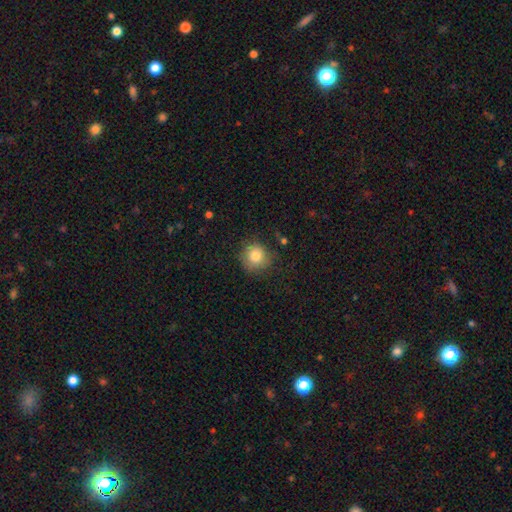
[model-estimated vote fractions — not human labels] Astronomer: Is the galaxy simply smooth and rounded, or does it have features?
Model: smooth — 82%.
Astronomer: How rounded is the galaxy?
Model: round — 90%.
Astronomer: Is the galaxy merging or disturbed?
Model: none — 76%.